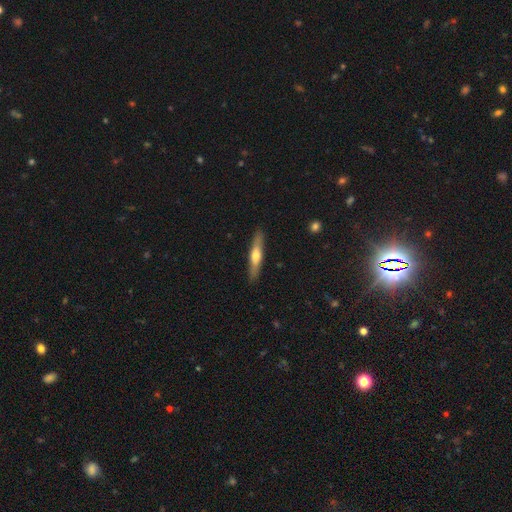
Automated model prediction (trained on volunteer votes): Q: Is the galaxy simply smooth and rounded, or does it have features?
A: featured or disk — 48%.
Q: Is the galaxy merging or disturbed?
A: none — 89%.